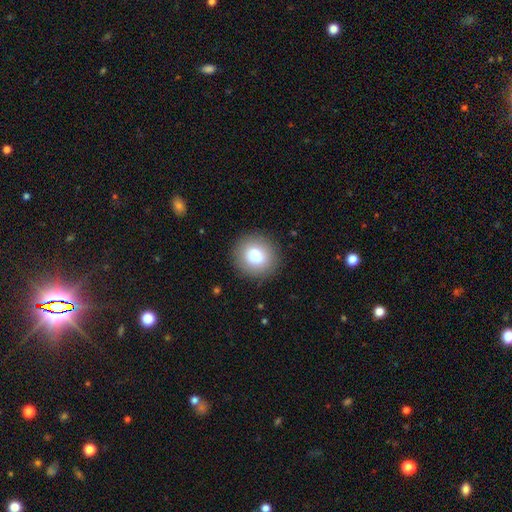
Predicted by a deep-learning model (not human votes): Smooth or featured?
  - smooth: 77% *
  - featured or disk: 14%
  - star or artifact: 9%
How rounded?
  - round: 85% *
  - in between: 14%
  - cigar-shaped: 1%
Merging?
  - none: 84% *
  - minor disturbance: 10%
  - major disturbance: 4%
  - merger: 2%